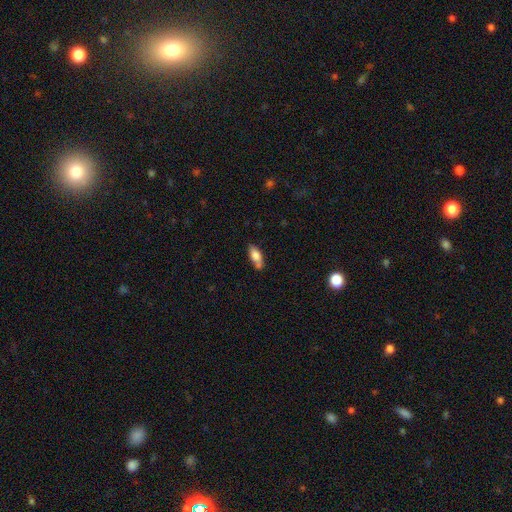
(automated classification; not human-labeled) This appears to be a smooth galaxy with no disk features (76%) that is in between round and cigar-shaped (78%). Merging: none (56%).